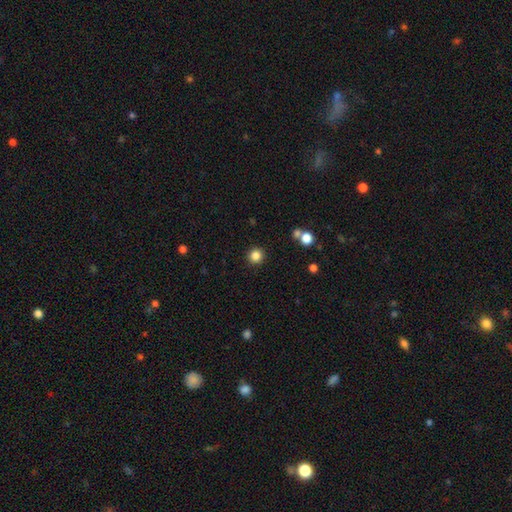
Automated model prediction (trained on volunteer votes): smooth 84%, star or artifact 12%, featured or disk 4%. Down the decision tree: how rounded — round (94%); merging — none (91%).